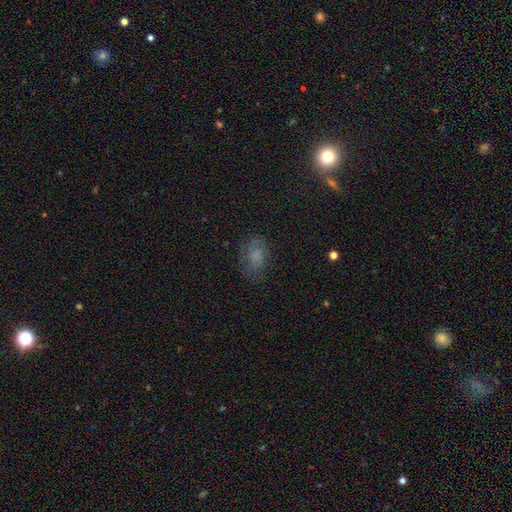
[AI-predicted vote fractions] Smooth or featured? smooth (60%)
How rounded? in between (81%)
Merging? none (70%)